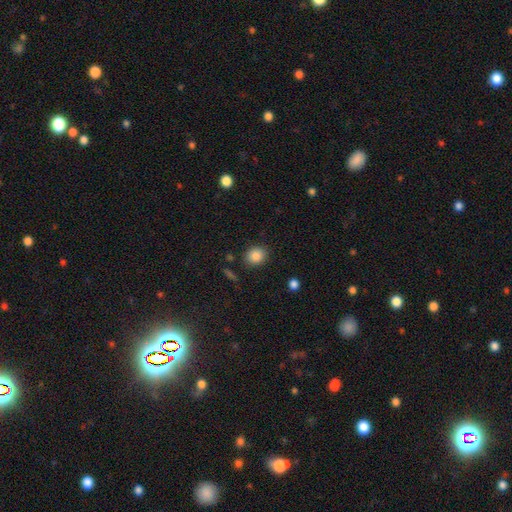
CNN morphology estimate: A smooth galaxy with no disk features (86%) that is round (65%). Merging: none (86%).